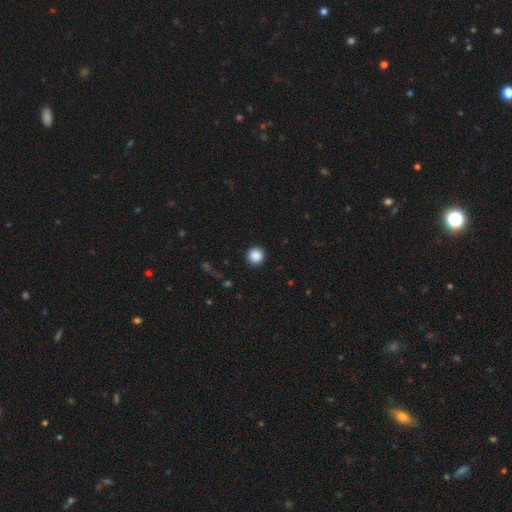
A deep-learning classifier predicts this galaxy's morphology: Smooth or featured?
  - smooth: 87% *
  - star or artifact: 10%
  - featured or disk: 3%
How rounded?
  - round: 96% *
  - in between: 3%
  - cigar-shaped: 1%
Merging?
  - none: 92% *
  - minor disturbance: 5%
  - major disturbance: 2%
  - merger: 1%